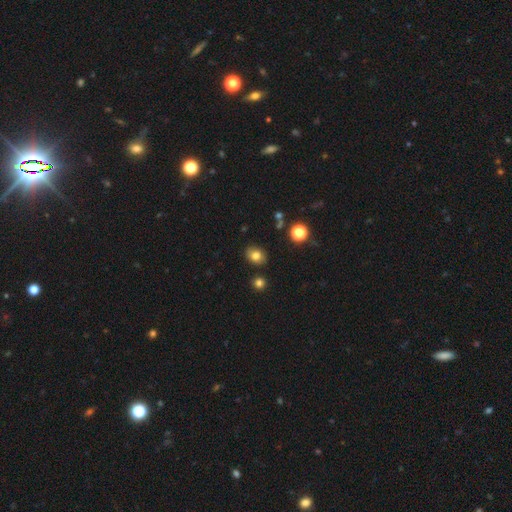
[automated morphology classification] A smooth galaxy with no disk features (80%) that is in between round and cigar-shaped (56%). Merging: none (85%).